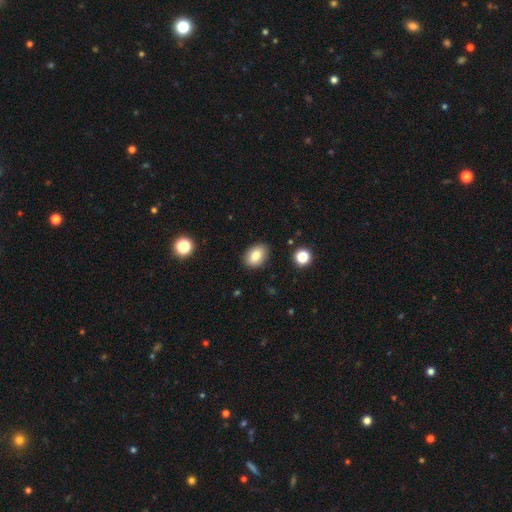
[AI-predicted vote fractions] Smooth or featured?
  - smooth: 84% *
  - star or artifact: 9%
  - featured or disk: 8%
How rounded?
  - in between: 80% *
  - round: 19%
  - cigar-shaped: 1%
Merging?
  - none: 88% *
  - minor disturbance: 9%
  - major disturbance: 2%
  - merger: 1%